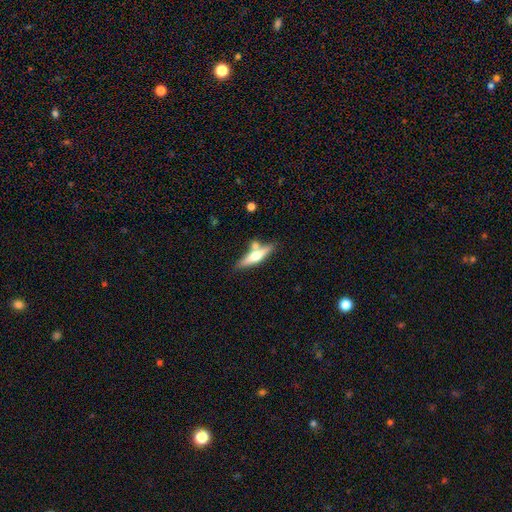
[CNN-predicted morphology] smooth-or-featured: featured or disk: 53% | smooth: 41% | star or artifact: 6%
  disk-edge-on: yes: 93% | no: 7%
    edge-on-bulge: rounded: 91% | boxy: 4% | none: 4%
  merging: none: 68% | merger: 17% | minor disturbance: 12% | major disturbance: 3%